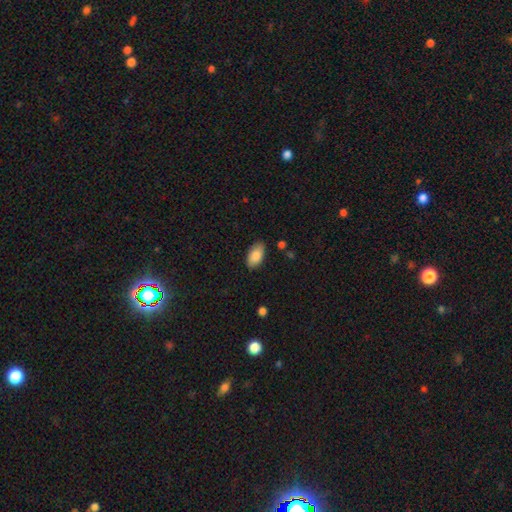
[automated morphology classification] This is clearly a smooth galaxy (86%). How rounded: clearly in between (95%). Merging: clearly none (83%).